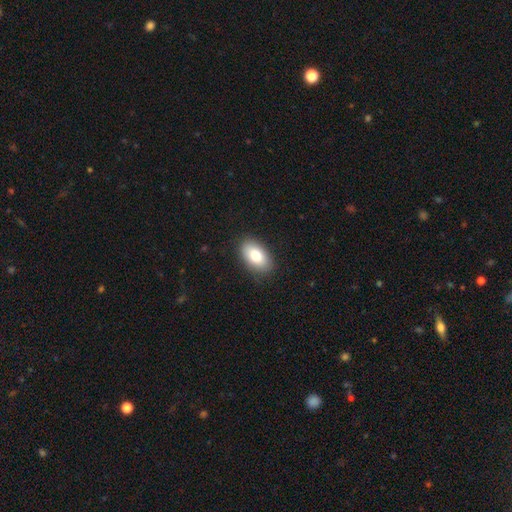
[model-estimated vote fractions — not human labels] smooth_or_featured: smooth (p=0.79) [alt: featured or disk p=0.14]
how_rounded: in between (p=0.92) [alt: round p=0.07]
merging: none (p=0.87) [alt: minor disturbance p=0.10]